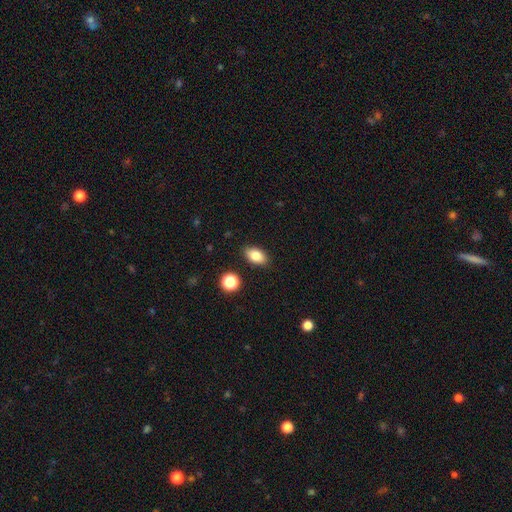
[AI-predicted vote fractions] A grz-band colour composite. It shows a smooth galaxy with no disk features (83%) that is in between round and cigar-shaped (88%). Merging: none (87%).